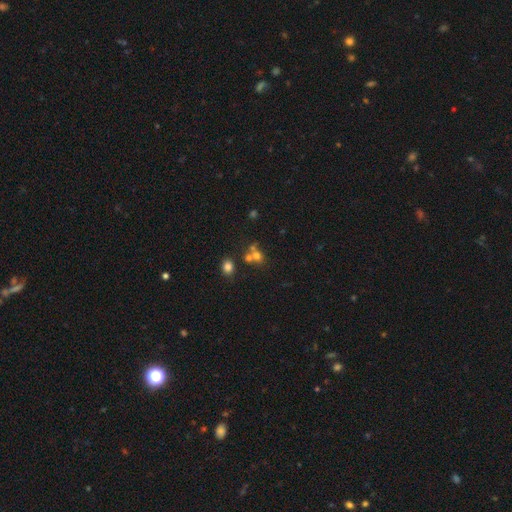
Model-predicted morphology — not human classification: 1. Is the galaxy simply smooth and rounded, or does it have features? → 65% smooth, 19% star or artifact, 16% featured or disk.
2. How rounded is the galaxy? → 74% round, 25% in between, 1% cigar-shaped.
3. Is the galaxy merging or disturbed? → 44% none, 43% merger, 8% minor disturbance, 5% major disturbance.